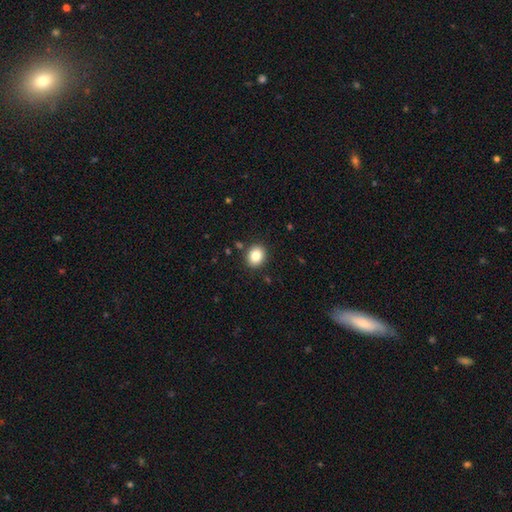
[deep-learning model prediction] This appears to be a smooth galaxy with no disk features (85%) that is round (57%). Merging: none (89%).